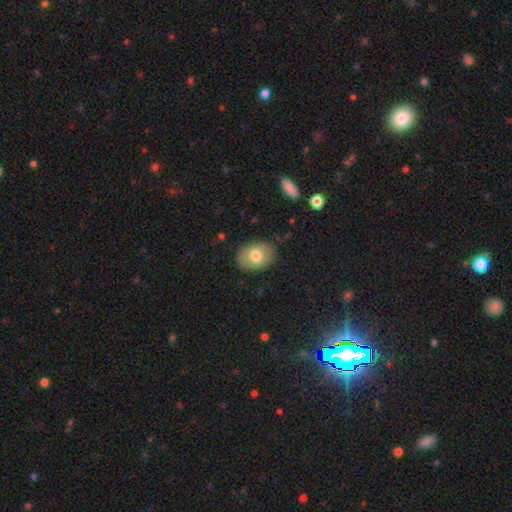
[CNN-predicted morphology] smooth_or_featured: smooth (p=0.72) [alt: featured or disk p=0.20]
how_rounded: in between (p=0.73) [alt: round p=0.26]
merging: none (p=0.85) [alt: minor disturbance p=0.11]